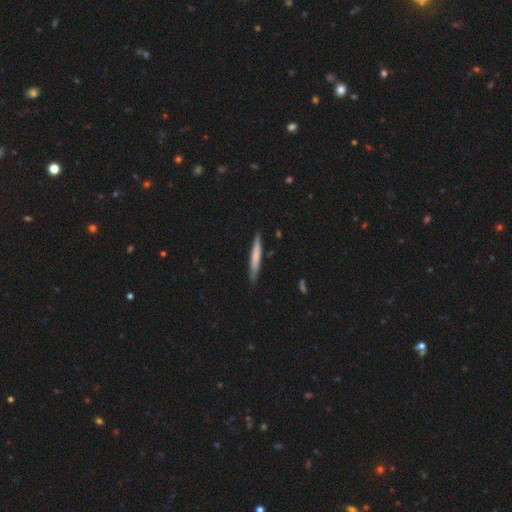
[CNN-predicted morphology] Smooth or featured: smooth — 64% (featured or disk — 30%)
How rounded: cigar-shaped — 95% (in between — 3%)
Merging: none — 87% (minor disturbance — 10%)